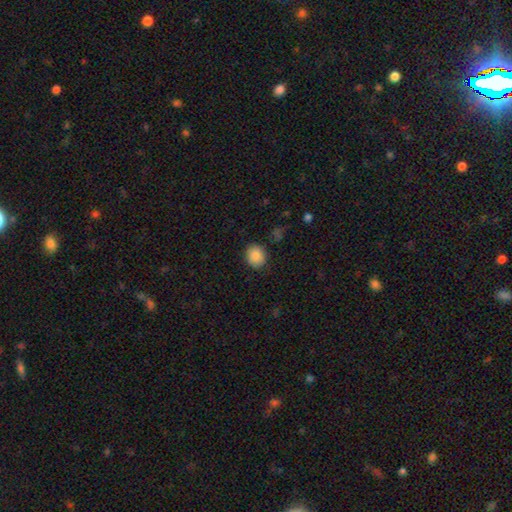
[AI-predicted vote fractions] Smooth or featured?
  - smooth: 88% *
  - star or artifact: 8%
  - featured or disk: 4%
How rounded?
  - round: 62% *
  - in between: 38%
  - cigar-shaped: 1%
Merging?
  - none: 85% *
  - minor disturbance: 11%
  - major disturbance: 3%
  - merger: 2%